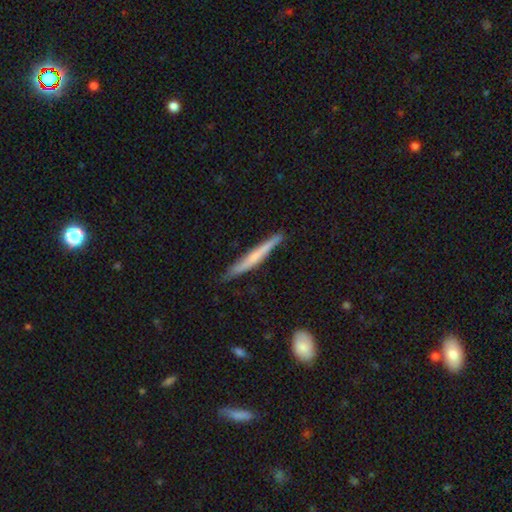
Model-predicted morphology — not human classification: Overall: smooth (49%; featured or disk 46%). Merging: none (83%).